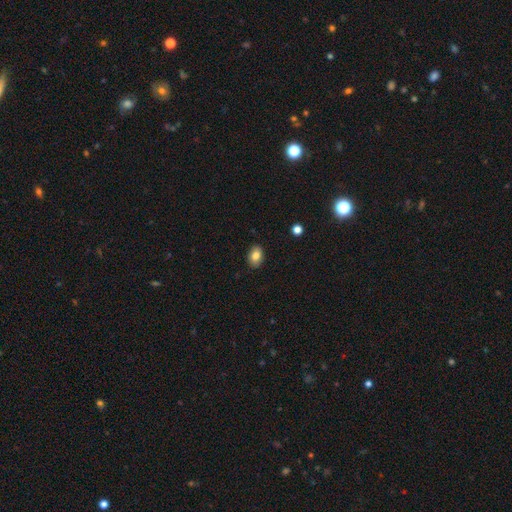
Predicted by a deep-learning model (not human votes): Smooth or featured?
  - smooth: 83% *
  - featured or disk: 9%
  - star or artifact: 8%
How rounded?
  - in between: 81% *
  - round: 18%
  - cigar-shaped: 1%
Merging?
  - none: 87% *
  - minor disturbance: 10%
  - major disturbance: 2%
  - merger: 1%